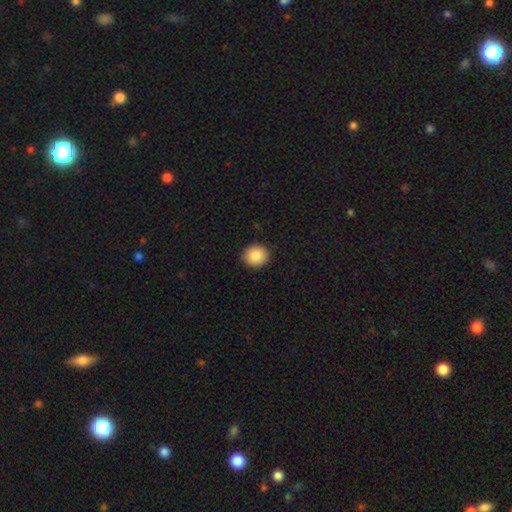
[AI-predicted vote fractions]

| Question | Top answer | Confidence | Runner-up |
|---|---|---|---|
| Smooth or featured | smooth | 88% | star or artifact (8%) |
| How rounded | round | 74% | in between (25%) |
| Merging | none | 91% | minor disturbance (6%) |